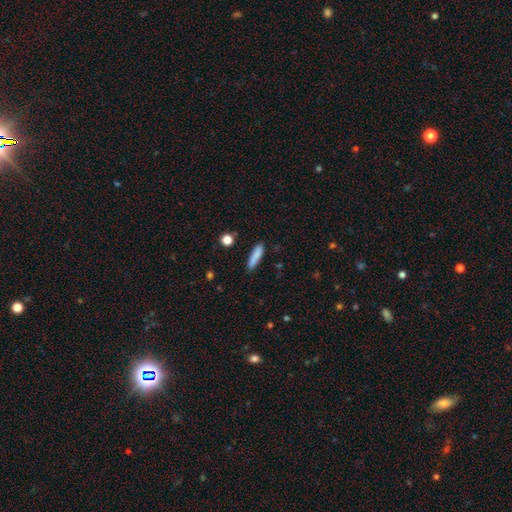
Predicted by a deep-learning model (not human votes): Smooth or featured?
  - smooth: 84% *
  - featured or disk: 9%
  - star or artifact: 7%
How rounded?
  - cigar-shaped: 77% *
  - in between: 21%
  - round: 2%
Merging?
  - none: 82% *
  - minor disturbance: 13%
  - major disturbance: 3%
  - merger: 2%